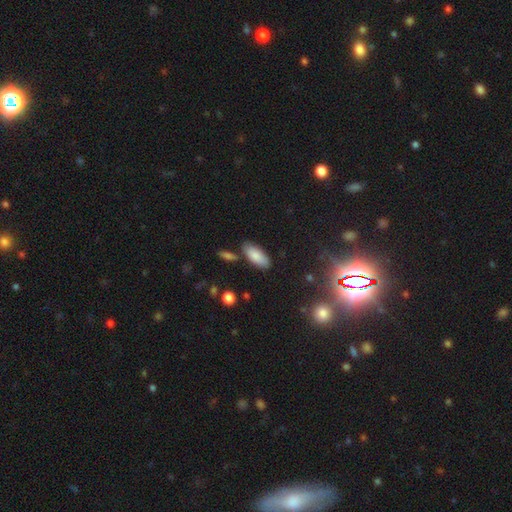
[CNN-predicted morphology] A smooth galaxy with no disk features (84%) that is in between round and cigar-shaped (86%). Merging: none (77%).